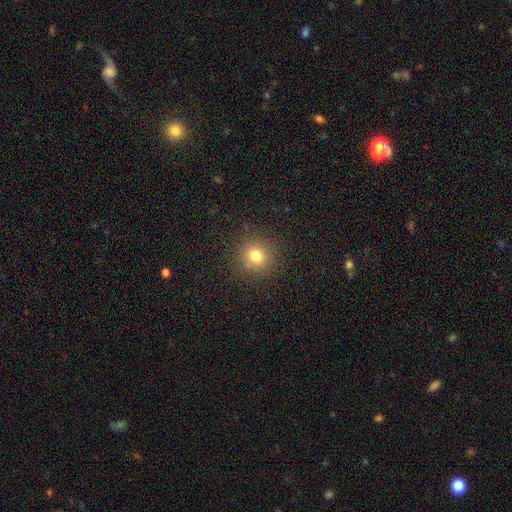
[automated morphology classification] smooth-or-featured: smooth: 78% | star or artifact: 15% | featured or disk: 7%
  how-rounded: round: 93% | in between: 6% | cigar-shaped: 1%
  merging: none: 89% | minor disturbance: 7% | major disturbance: 3% | merger: 1%